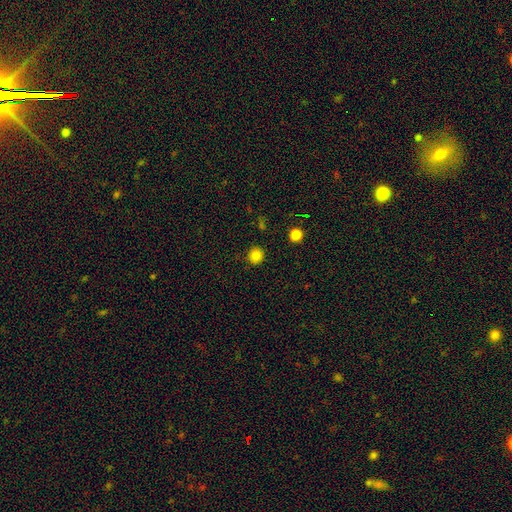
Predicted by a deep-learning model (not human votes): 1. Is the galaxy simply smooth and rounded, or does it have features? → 83% smooth, 13% star or artifact, 5% featured or disk.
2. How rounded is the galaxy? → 91% round, 8% in between, 1% cigar-shaped.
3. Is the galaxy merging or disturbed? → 90% none, 6% minor disturbance, 2% major disturbance, 1% merger.